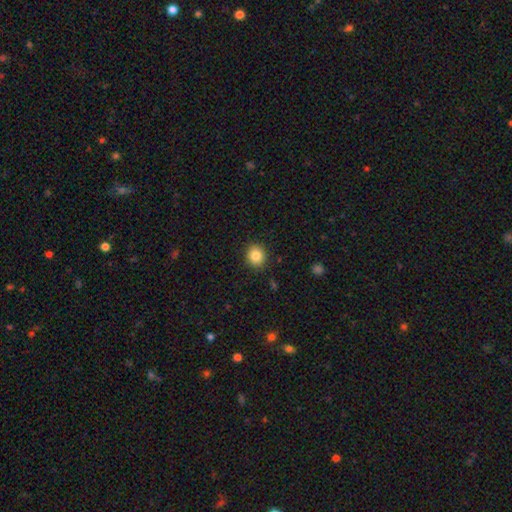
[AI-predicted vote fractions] Overall: smooth (84%). How rounded: round (81%). Merging: none (91%).